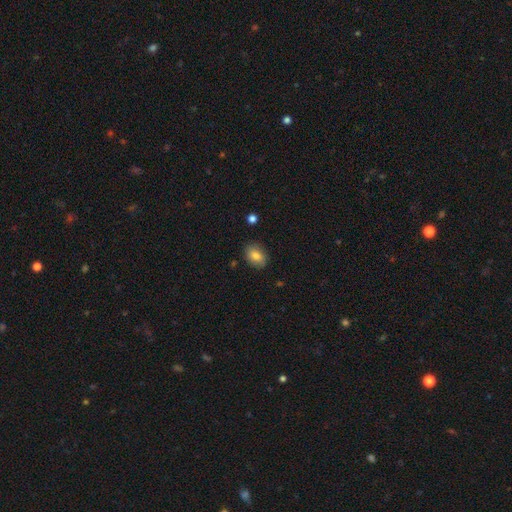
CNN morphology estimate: smooth-or-featured: smooth: 81% | featured or disk: 11% | star or artifact: 8%
  how-rounded: in between: 76% | round: 22% | cigar-shaped: 1%
  merging: none: 85% | minor disturbance: 11% | major disturbance: 2% | merger: 1%